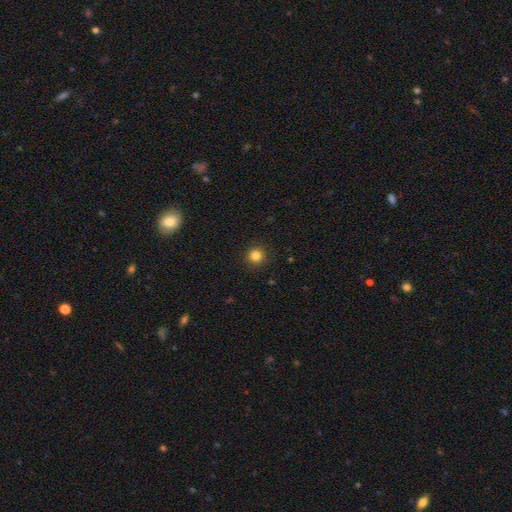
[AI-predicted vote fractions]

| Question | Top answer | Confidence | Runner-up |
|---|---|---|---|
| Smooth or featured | smooth | 83% | star or artifact (12%) |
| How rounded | round | 94% | in between (5%) |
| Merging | none | 92% | minor disturbance (5%) |